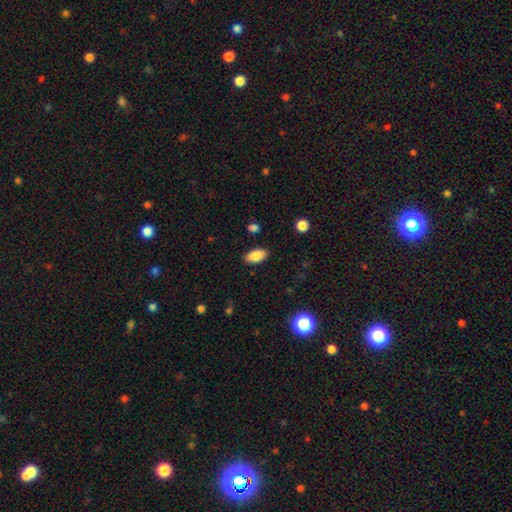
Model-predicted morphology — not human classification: Smooth or featured: smooth — 86% (star or artifact — 8%)
How rounded: in between — 93% (cigar-shaped — 4%)
Merging: none — 87% (minor disturbance — 9%)